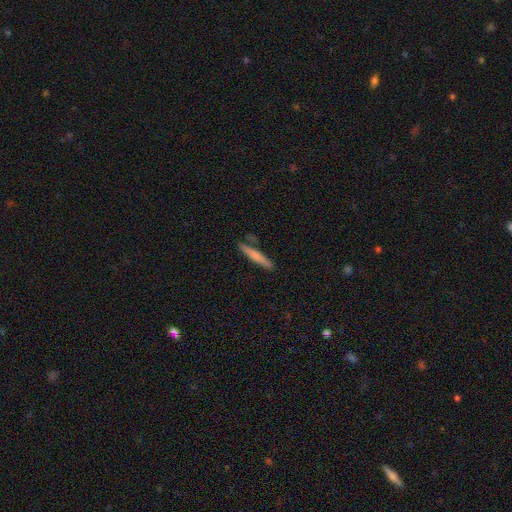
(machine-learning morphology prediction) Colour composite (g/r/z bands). It shows a smooth galaxy with no disk features (70%) that is cigar-shaped (94%). Merging: none (83%).